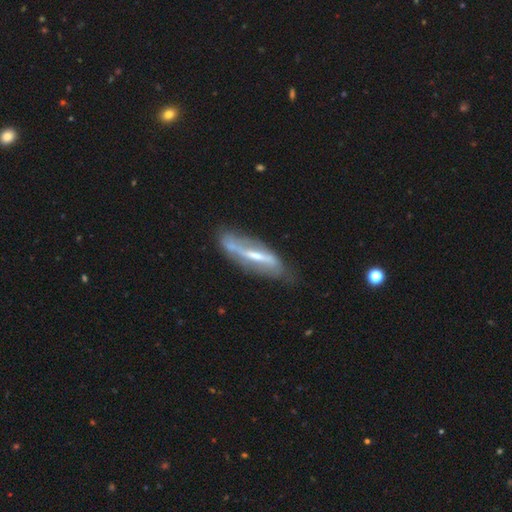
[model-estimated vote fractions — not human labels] Smooth or featured: featured or disk — 75% (smooth — 18%)
Edge-on disk: no — 62% (yes — 38%)
Merging: none — 65% (minor disturbance — 23%)